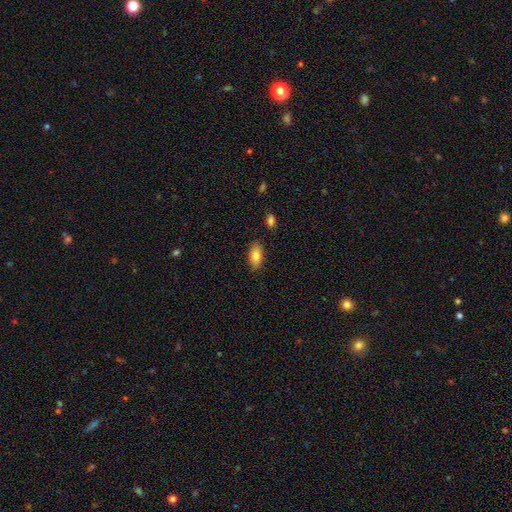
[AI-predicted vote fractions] Overall: smooth (82%). How rounded: in between (89%). Merging: none (83%).